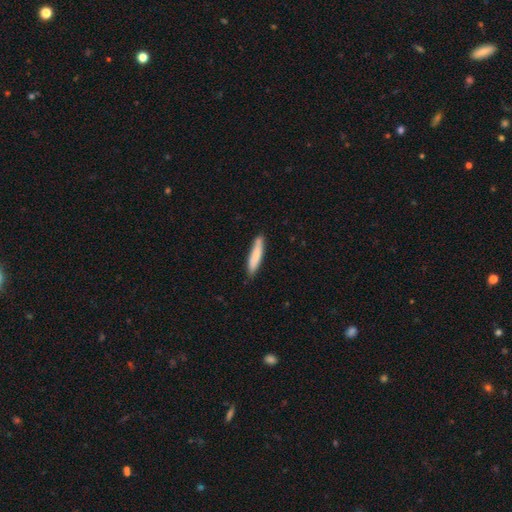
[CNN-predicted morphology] Smooth or featured?
  - smooth: 78% *
  - featured or disk: 17%
  - star or artifact: 5%
How rounded?
  - cigar-shaped: 84% *
  - in between: 15%
  - round: 1%
Merging?
  - none: 82% *
  - minor disturbance: 14%
  - major disturbance: 2%
  - merger: 2%